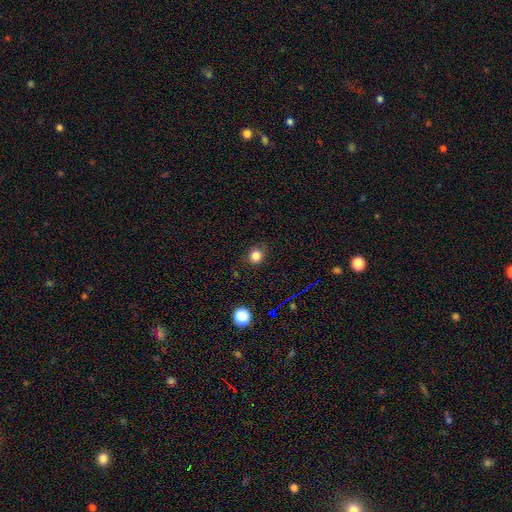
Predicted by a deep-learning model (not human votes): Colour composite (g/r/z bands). It shows a smooth galaxy with no disk features (82%) that is round (87%). Merging: none (87%).